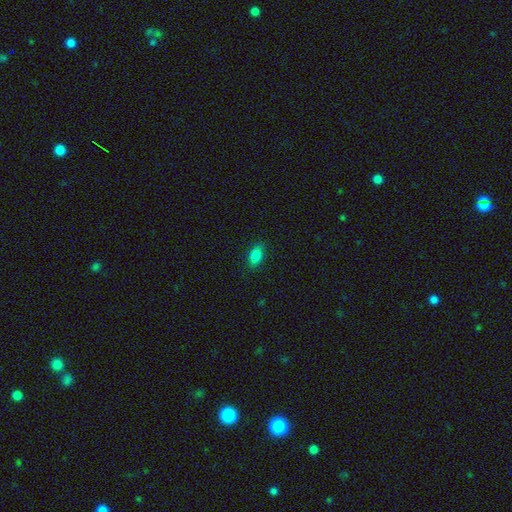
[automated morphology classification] This is clearly a smooth galaxy (83%). How rounded: clearly in between (88%). Merging: clearly none (87%).